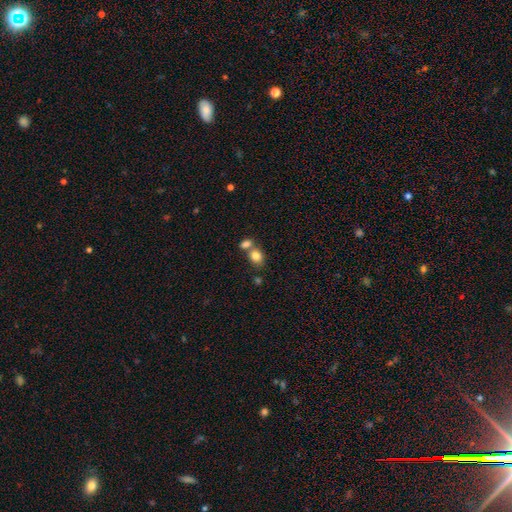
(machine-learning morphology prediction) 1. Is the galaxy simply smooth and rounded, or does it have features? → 82% smooth, 9% star or artifact, 9% featured or disk.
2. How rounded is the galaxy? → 55% in between, 44% round, 1% cigar-shaped.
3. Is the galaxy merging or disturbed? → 44% merger (tied), 44% none (tied), 9% minor disturbance, 3% major disturbance.